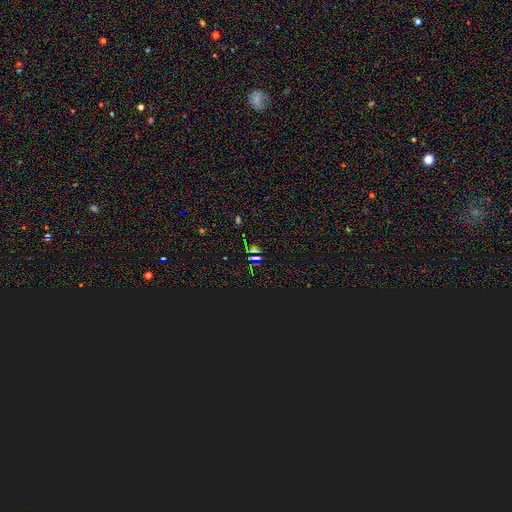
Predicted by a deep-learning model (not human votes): Q: Smooth or featured?
A: star or artifact (76%); runner-up: smooth (15%)